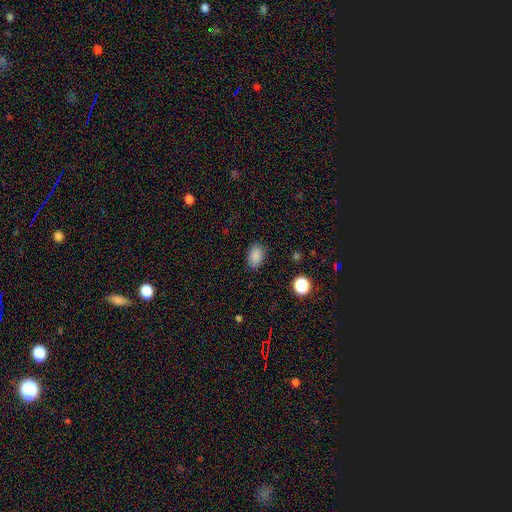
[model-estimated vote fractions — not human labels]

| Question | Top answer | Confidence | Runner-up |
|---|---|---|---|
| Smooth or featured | smooth | 85% | star or artifact (11%) |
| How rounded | in between | 80% | round (19%) |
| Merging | none | 83% | minor disturbance (13%) |